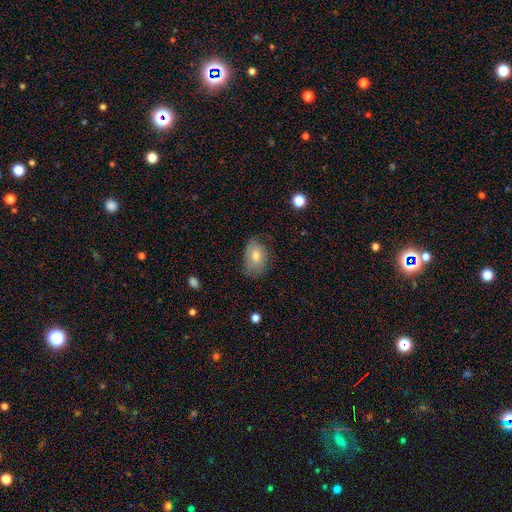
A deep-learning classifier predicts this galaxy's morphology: Smooth or featured: smooth — 68% (featured or disk — 23%)
How rounded: in between — 81% (round — 18%)
Merging: none — 63% (minor disturbance — 28%)